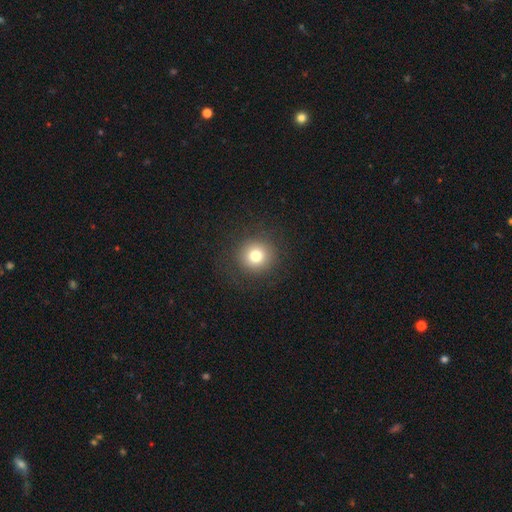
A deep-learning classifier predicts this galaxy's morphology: Q: Smooth or featured?
A: smooth (78%); runner-up: star or artifact (13%)
Q: How rounded?
A: round (94%); runner-up: in between (5%)
Q: Merging?
A: none (89%); runner-up: minor disturbance (6%)